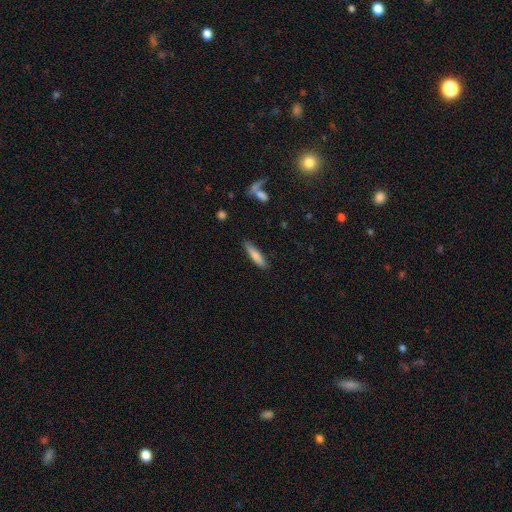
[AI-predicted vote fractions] A smooth galaxy with no disk features (77%) that is cigar-shaped (79%).

Vote fractions:
- Smooth or featured? smooth: 77% / featured or disk: 17% / star or artifact: 6%
- How rounded? cigar-shaped: 79% / in between: 20% / round: 1%
- Merging? none: 85% / minor disturbance: 11% / major disturbance: 2% / merger: 2%